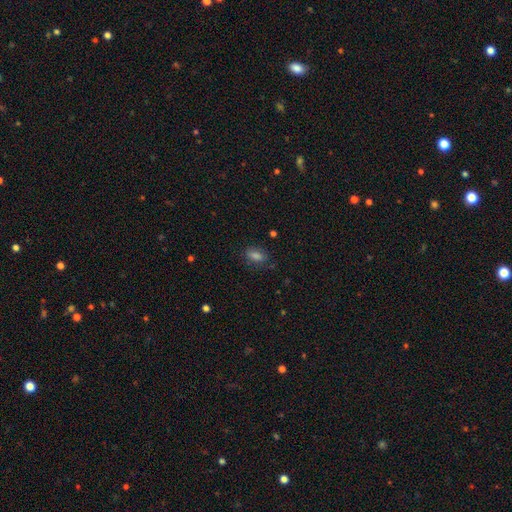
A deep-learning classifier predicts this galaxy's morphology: This is likely a smooth galaxy (71%). How rounded: clearly in between (82%). Merging: likely none (76%).